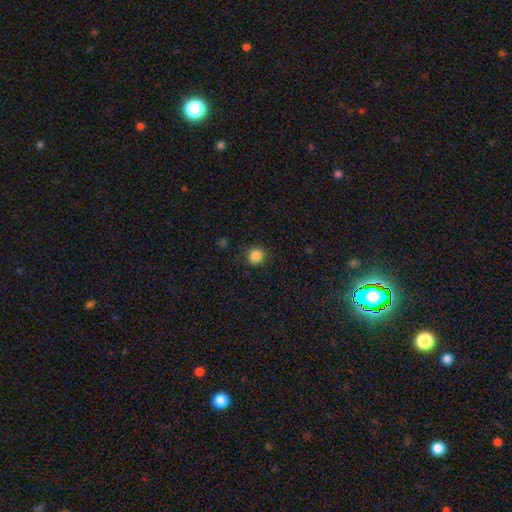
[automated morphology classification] type=smooth (86%); roundness=round (93%); merging=none (90%).